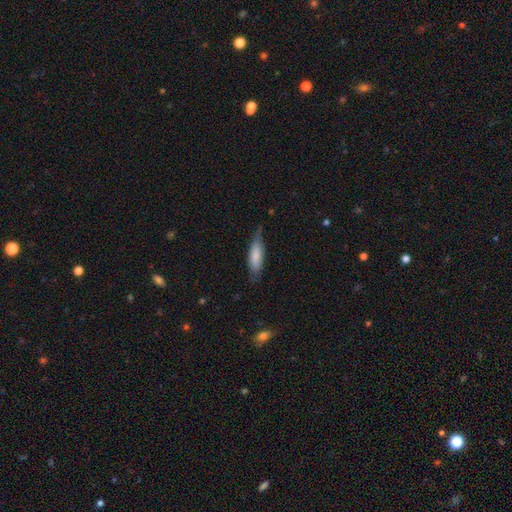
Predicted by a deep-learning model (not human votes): Overall: smooth (72%). How rounded: in between (51%; cigar-shaped 47%). Merging: none (64%; minor disturbance 28%).